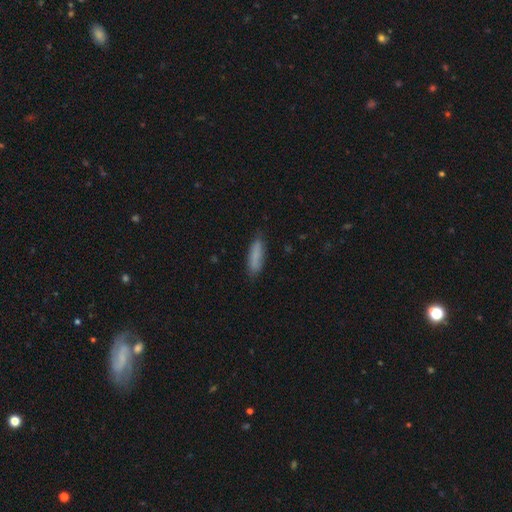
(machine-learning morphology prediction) Overall: smooth (83%). How rounded: cigar-shaped (61%; in between 37%). Merging: none (79%).